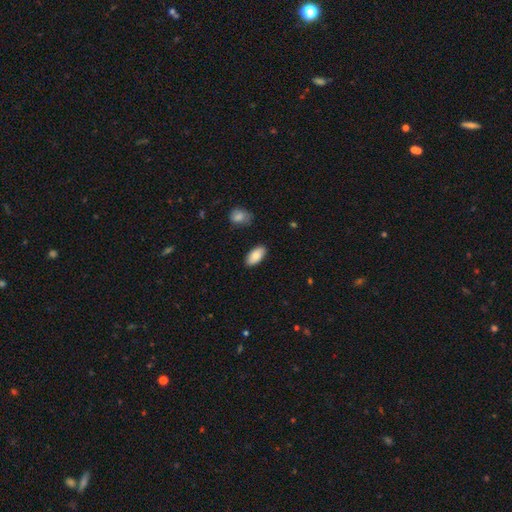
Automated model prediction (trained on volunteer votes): This is clearly a smooth galaxy (84%). How rounded: clearly in between (93%). Merging: clearly none (86%).